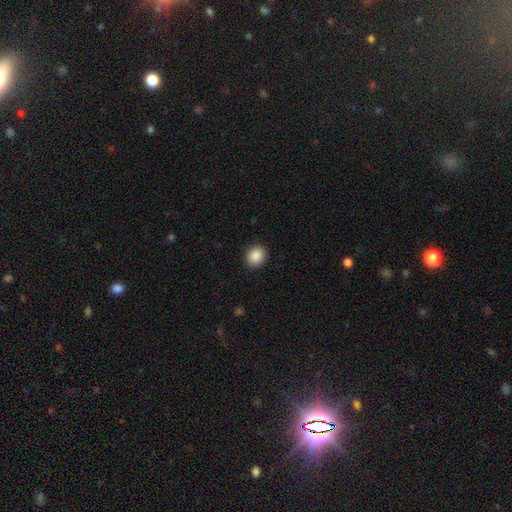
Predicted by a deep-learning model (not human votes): A smooth galaxy with no disk features (89%) that is round (67%).

Vote fractions:
- Smooth or featured? smooth: 89% / star or artifact: 8% / featured or disk: 3%
- How rounded? round: 67% / in between: 33% / cigar-shaped: 1%
- Merging? none: 91% / minor disturbance: 6% / major disturbance: 2% / merger: 1%